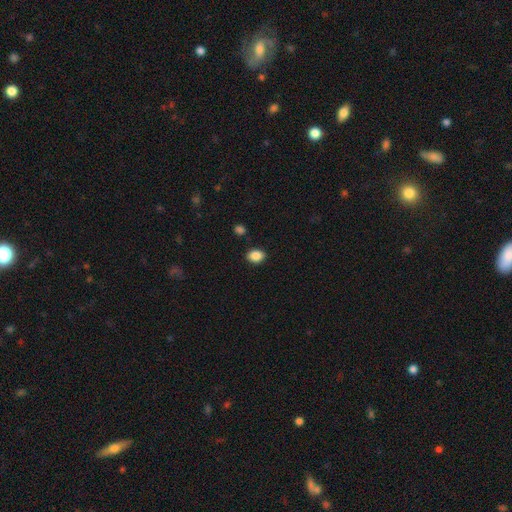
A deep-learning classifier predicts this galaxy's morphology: The model was most divided on "how rounded": in between: 61%, round: 38%, cigar-shaped: 1%. More confident: smooth or featured — smooth (87%); merging — none (87%).